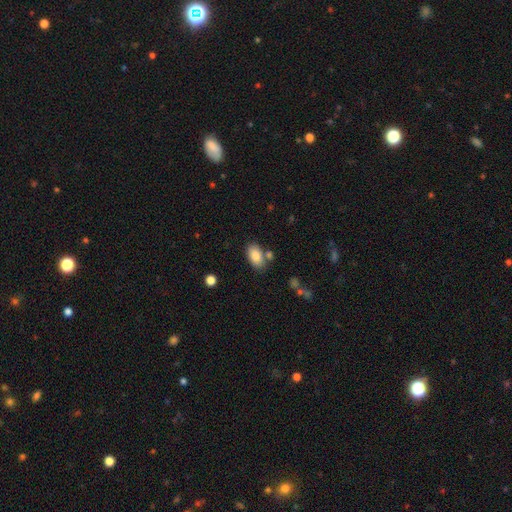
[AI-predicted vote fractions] Smooth or featured: smooth — 86% (star or artifact — 7%)
How rounded: in between — 93% (round — 5%)
Merging: none — 72% (minor disturbance — 13%)